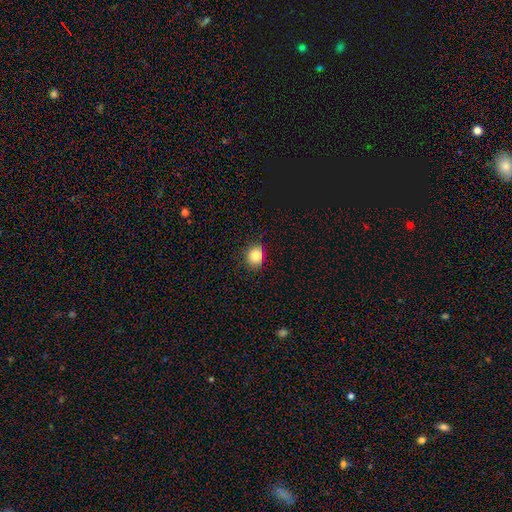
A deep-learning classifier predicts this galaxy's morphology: Smooth or featured? Predicted: smooth (p=0.81). How rounded? Predicted: round (p=0.73). Merging? Predicted: none (p=0.86).